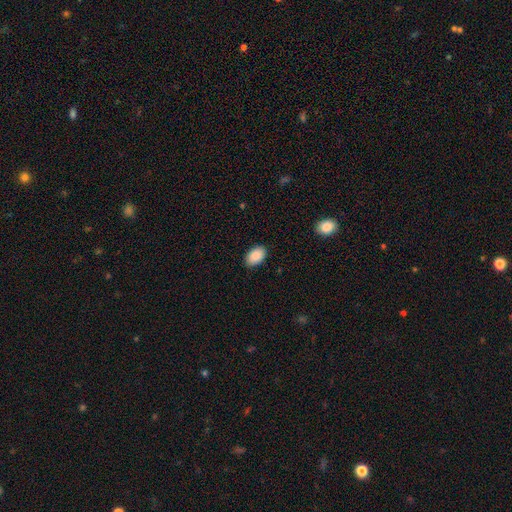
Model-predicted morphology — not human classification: A smooth galaxy with no disk features (89%) that is in between round and cigar-shaped (91%).

Vote fractions:
- Smooth or featured? smooth: 89% / star or artifact: 7% / featured or disk: 4%
- How rounded? in between: 91% / round: 8% / cigar-shaped: 1%
- Merging? none: 87% / minor disturbance: 10% / major disturbance: 2% / merger: 1%